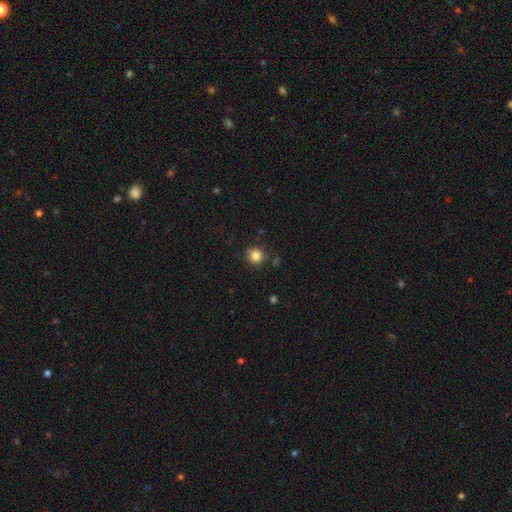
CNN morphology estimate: Smooth or featured: smooth — 84% (star or artifact — 11%)
How rounded: round — 93% (in between — 6%)
Merging: none — 85% (minor disturbance — 9%)